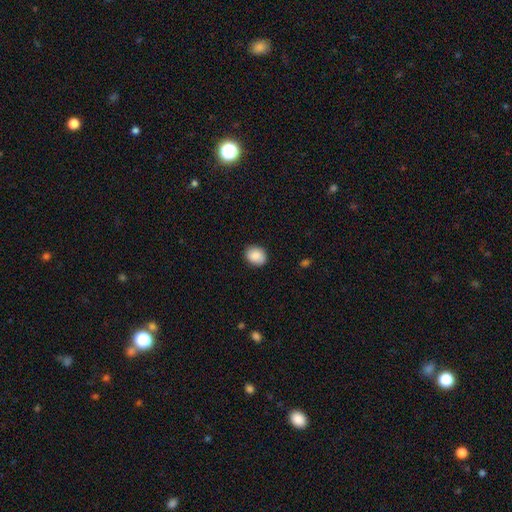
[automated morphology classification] This is clearly a smooth galaxy (88%). How rounded: possibly in between (53%). Merging: clearly none (88%).